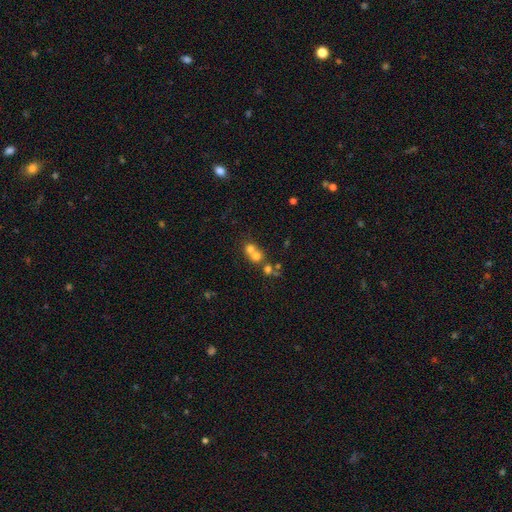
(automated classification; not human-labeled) smooth_or_featured: smooth (p=0.65) [alt: featured or disk p=0.20]
how_rounded: round (p=0.81) [alt: in between p=0.18]
merging: merger (p=0.63) [alt: none p=0.30]